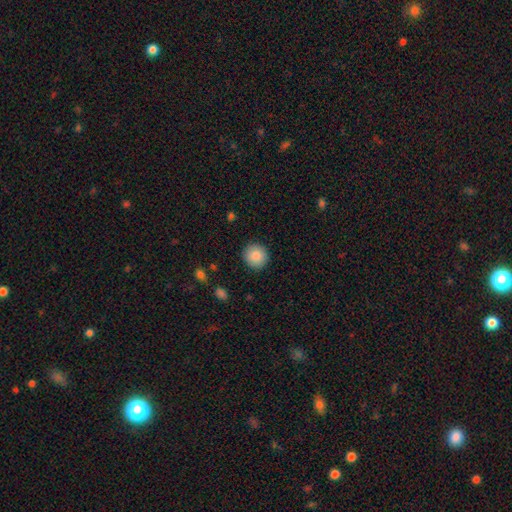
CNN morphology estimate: Smooth or featured: smooth — 88% (star or artifact — 8%)
How rounded: round — 94% (in between — 5%)
Merging: none — 91% (minor disturbance — 6%)